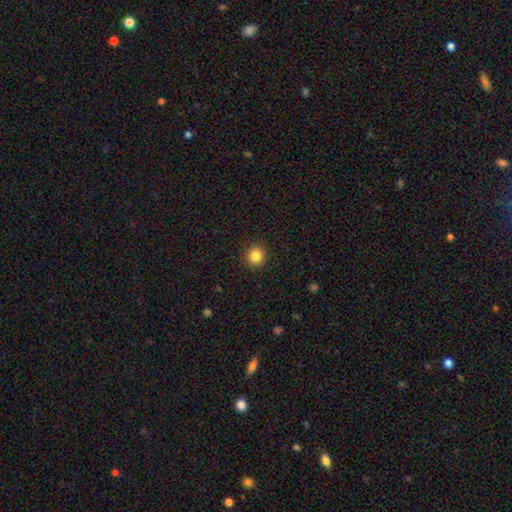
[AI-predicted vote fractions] Q: Smooth or featured?
A: smooth (84%); runner-up: star or artifact (11%)
Q: How rounded?
A: round (91%); runner-up: in between (8%)
Q: Merging?
A: none (92%); runner-up: minor disturbance (5%)